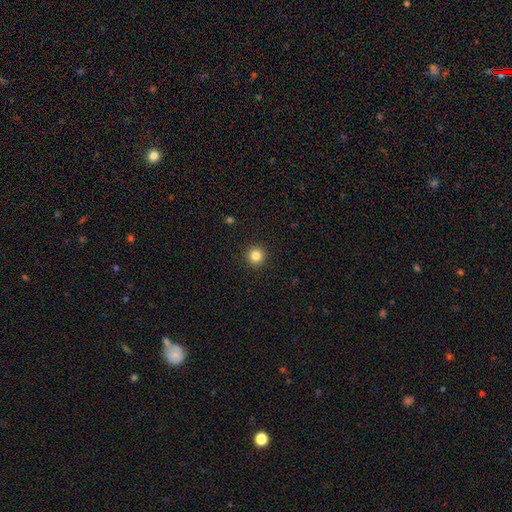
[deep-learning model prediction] This is clearly a smooth galaxy (84%). How rounded: clearly round (95%). Merging: clearly none (93%).